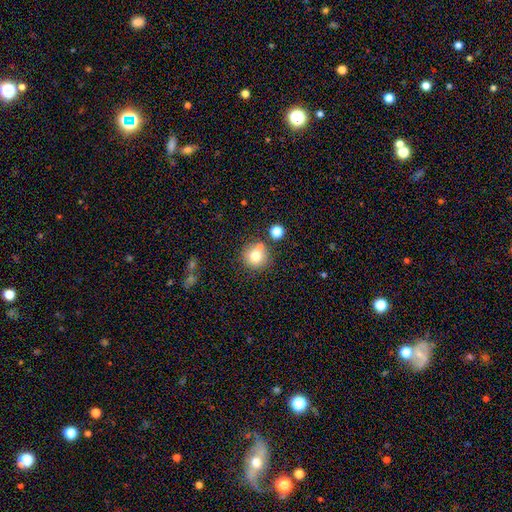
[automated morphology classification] This is likely a smooth galaxy (75%). How rounded: clearly round (94%). Merging: likely none (71%).